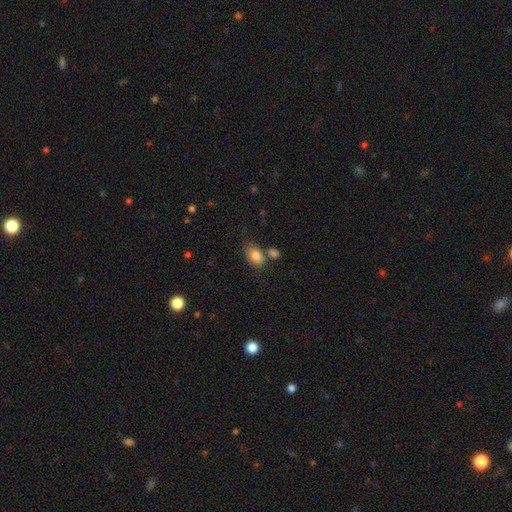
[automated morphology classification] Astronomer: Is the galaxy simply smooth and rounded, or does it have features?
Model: smooth — 83%.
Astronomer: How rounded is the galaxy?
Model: in between — 84%.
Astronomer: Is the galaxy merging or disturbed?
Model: none — 54%.